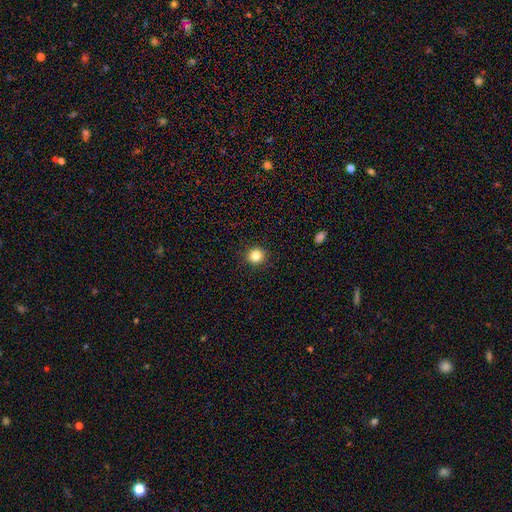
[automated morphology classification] Overall: smooth (84%). How rounded: round (93%). Merging: none (92%).